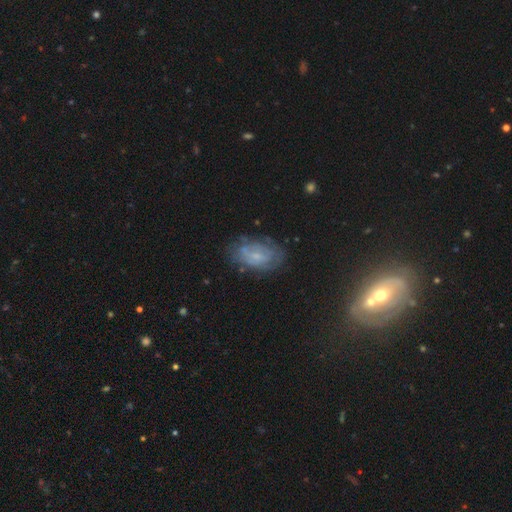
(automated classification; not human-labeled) A featured or disk galaxy (54%) with no bar (67%), spiral arms (64%) and a small central bulge (62%).

Vote fractions:
- Smooth or featured? featured or disk: 54% / smooth: 35% / star or artifact: 11%
- Edge-on disk? no: 95% / yes: 5%
- Bar? no: 67% / weak: 28% / strong: 5%
- Spiral arms? yes: 64% / no: 36%
- Bulge size? small: 62% / moderate: 20% / none: 15% / large: 2% / dominant: 1%
- Merging? none: 66% / minor disturbance: 22% / major disturbance: 10% / merger: 2%